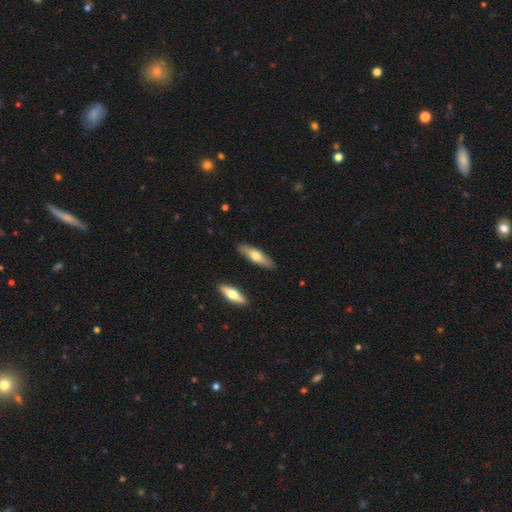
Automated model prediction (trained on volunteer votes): Smooth or featured? Predicted: smooth (p=0.57). How rounded? Predicted: cigar-shaped (p=0.63). Merging? Predicted: none (p=0.87).